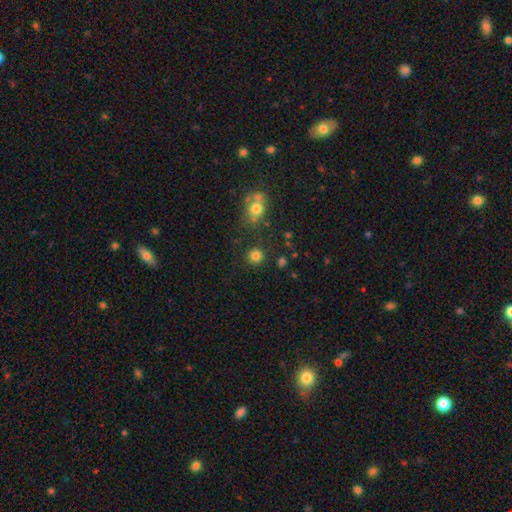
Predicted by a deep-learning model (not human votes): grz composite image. It shows a smooth galaxy with no disk features (81%) that is round (91%). Merging: none (83%).